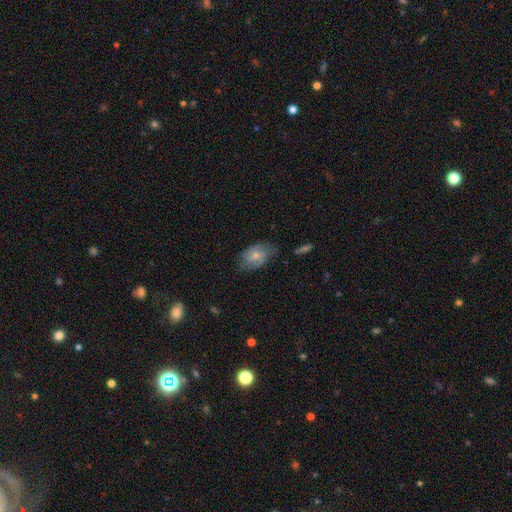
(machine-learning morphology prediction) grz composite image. It shows a smooth galaxy with no disk features (55%) that is in between round and cigar-shaped (87%). Merging: none (61%).